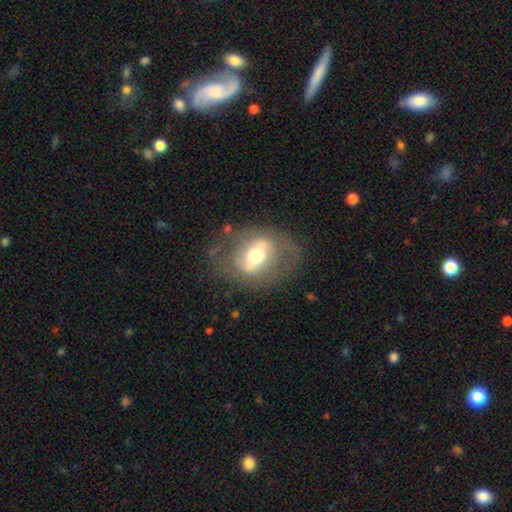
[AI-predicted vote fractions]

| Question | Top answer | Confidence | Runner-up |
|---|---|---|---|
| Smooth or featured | featured or disk | 61% | smooth (32%) |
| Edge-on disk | no | 86% | yes (14%) |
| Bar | strong | 50% | weak (29%) |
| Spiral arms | no | 69% | yes (31%) |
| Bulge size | moderate | 65% | large (18%) |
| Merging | none | 68% | minor disturbance (17%) |